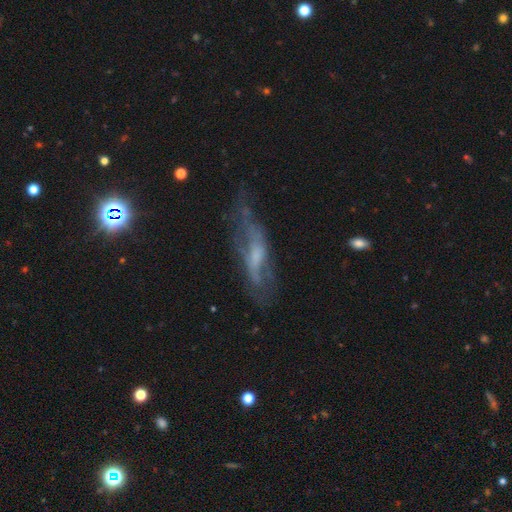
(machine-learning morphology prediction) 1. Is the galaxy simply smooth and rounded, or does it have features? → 62% featured or disk, 27% smooth, 10% star or artifact.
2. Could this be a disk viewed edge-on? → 66% no, 34% yes.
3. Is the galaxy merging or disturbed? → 47% none, 26% minor disturbance, 24% major disturbance, 4% merger.